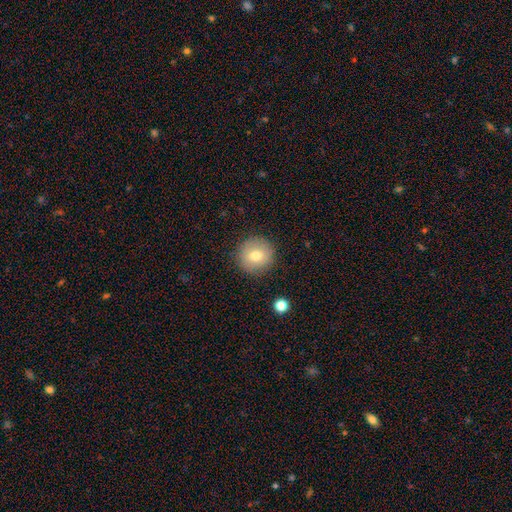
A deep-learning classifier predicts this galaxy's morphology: Overall: smooth (76%). How rounded: round (95%). Merging: none (89%).